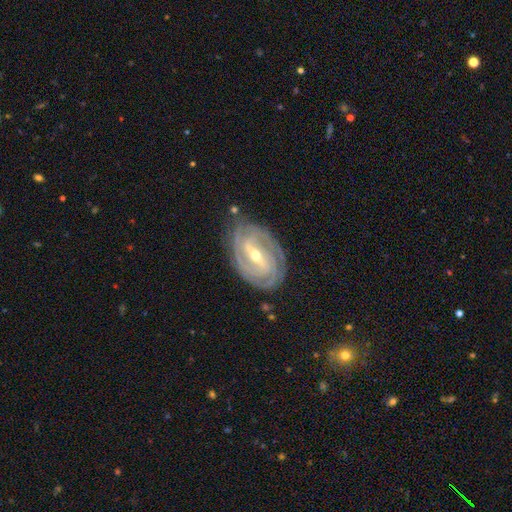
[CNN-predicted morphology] The model was most divided on "bulge size": small: 49%, moderate: 48%, large: 1%, none: 1%, dominant: 1%. Remaining: spiral arms — yes (97%); edge-on disk — no (96%); smooth or featured — featured or disk (90%); merging — none (79%); spiral winding — tight (76%); bar — strong (52%); spiral arm count — 2 (32%).